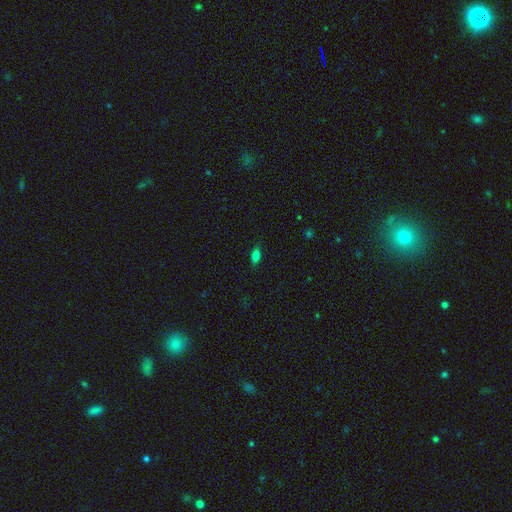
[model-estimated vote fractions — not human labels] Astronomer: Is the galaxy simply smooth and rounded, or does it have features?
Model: smooth — 78%.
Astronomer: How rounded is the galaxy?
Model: in between — 85%.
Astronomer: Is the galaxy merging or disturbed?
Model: none — 84%.